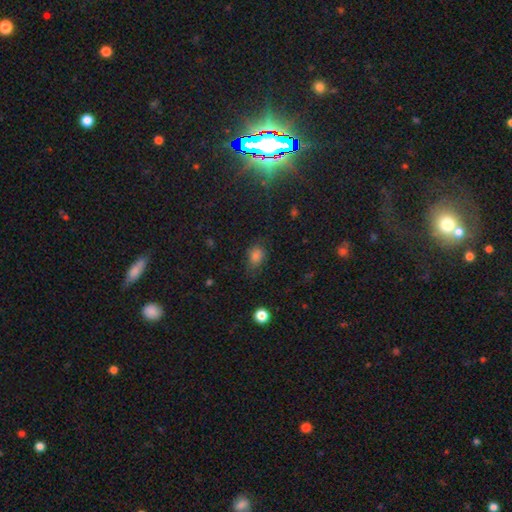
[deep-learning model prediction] smooth_or_featured: smooth (p=0.73) [alt: star or artifact p=0.20]
how_rounded: in between (p=0.63) [alt: round p=0.35]
merging: none (p=0.63) [alt: minor disturbance p=0.26]